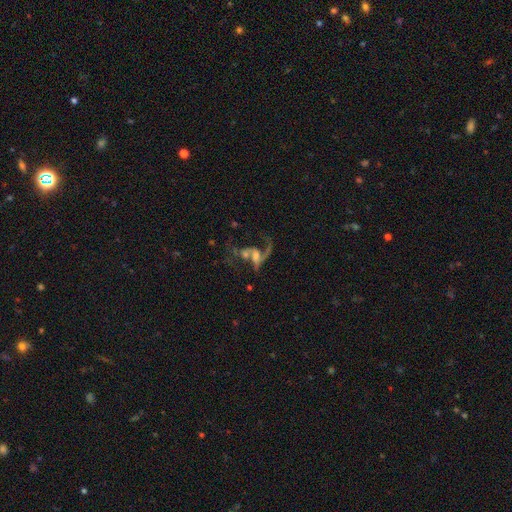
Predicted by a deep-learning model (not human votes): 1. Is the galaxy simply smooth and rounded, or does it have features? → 69% featured or disk, 19% smooth, 12% star or artifact.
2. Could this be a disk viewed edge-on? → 93% no, 7% yes.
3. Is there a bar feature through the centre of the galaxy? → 58% no, 31% weak, 11% strong.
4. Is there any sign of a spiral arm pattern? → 74% yes, 26% no.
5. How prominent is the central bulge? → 39% moderate, 32% small, 16% none, 10% large, 3% dominant.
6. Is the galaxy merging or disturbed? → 49% merger, 24% major disturbance, 19% none, 8% minor disturbance.